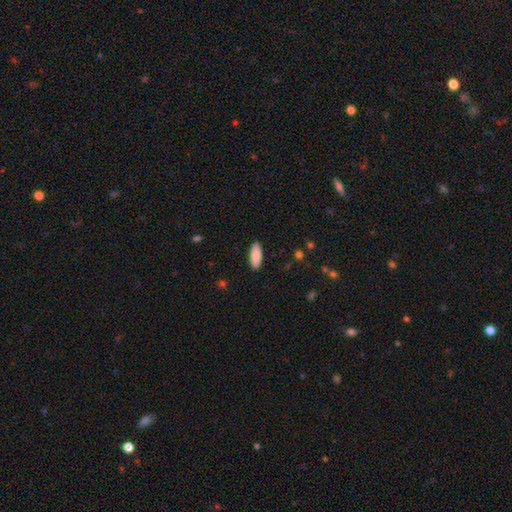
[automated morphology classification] The model was most divided on "how rounded": in between: 72%, cigar-shaped: 26%, round: 2%. More confident: merging — none (90%); smooth or featured — smooth (89%).